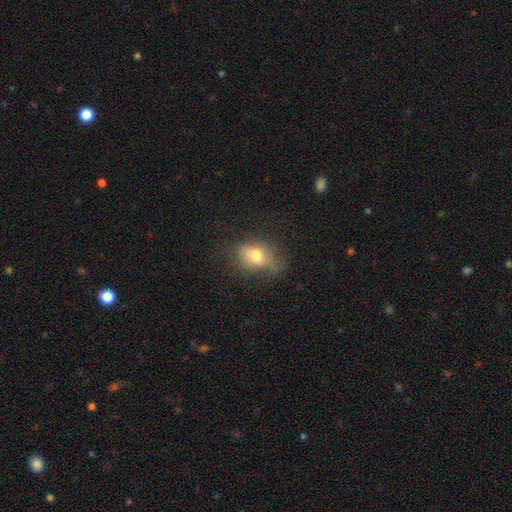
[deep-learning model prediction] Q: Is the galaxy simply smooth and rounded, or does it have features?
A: smooth — 69%.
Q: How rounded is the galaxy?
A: in between — 76%.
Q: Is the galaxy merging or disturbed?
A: none — 49%.